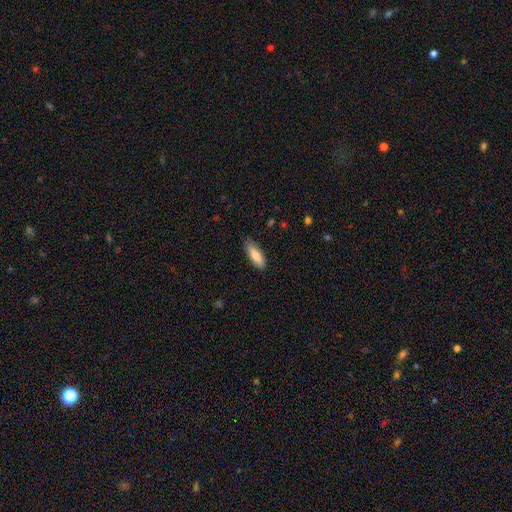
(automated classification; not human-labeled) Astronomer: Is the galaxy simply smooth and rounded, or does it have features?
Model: smooth — 80%.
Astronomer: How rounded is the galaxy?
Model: in between — 56% (runner-up: cigar-shaped, 42%).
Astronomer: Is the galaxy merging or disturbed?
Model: none — 82%.